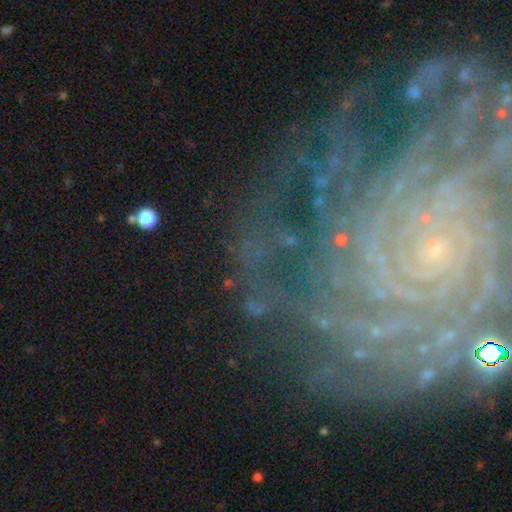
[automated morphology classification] smooth-or-featured: featured or disk: 75% | star or artifact: 15% | smooth: 10%
  disk-edge-on: no: 95% | yes: 5%
    bar: no: 55% | weak: 26% | strong: 20%
    has-spiral-arms: yes: 94% | no: 6%
      spiral-winding: tight: 79% | medium: 17% | loose: 4%
      spiral-arm-count: can't tell: 26% | more than 4: 18% | 3: 16% | 2: 15% | 4: 15% | 1: 11%
    bulge-size: small: 68% | moderate: 21% | none: 5% | large: 4% | dominant: 2%
  merging: none: 71% | minor disturbance: 15% | major disturbance: 11% | merger: 3%